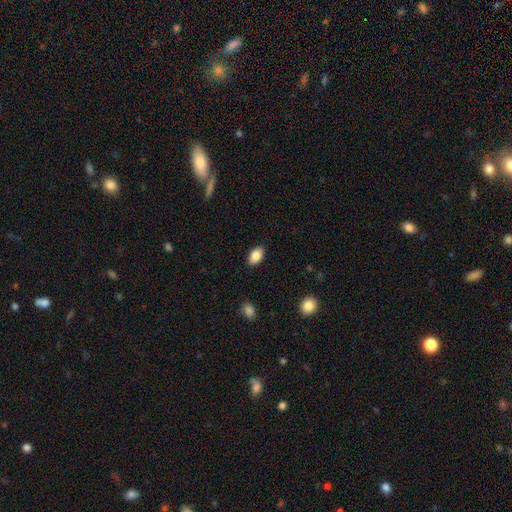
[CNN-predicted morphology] This appears to be a smooth galaxy with no disk features (86%) that is in between round and cigar-shaped (92%). Merging: none (88%).